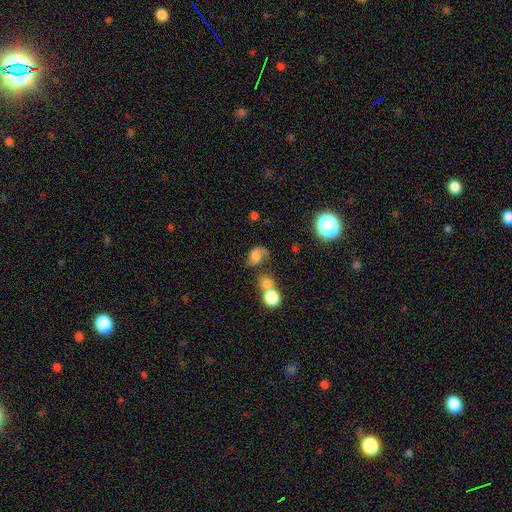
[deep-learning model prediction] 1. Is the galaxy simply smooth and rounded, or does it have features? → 51% featured or disk, 34% smooth, 14% star or artifact.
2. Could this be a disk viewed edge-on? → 97% no, 3% yes.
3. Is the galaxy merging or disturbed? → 34% none, 28% merger, 20% major disturbance, 18% minor disturbance.